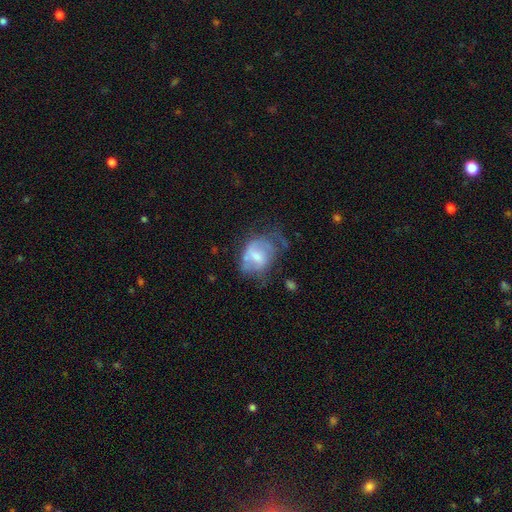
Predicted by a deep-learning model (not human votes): Smooth or featured?
  - featured or disk: 55% *
  - smooth: 36%
  - star or artifact: 9%
Edge-on disk?
  - no: 96% *
  - yes: 4%
Bar?
  - weak: 47% *
  - no: 38%
  - strong: 15%
Spiral arms?
  - yes: 53% *
  - no: 47%
Bulge size?
  - moderate: 44% *
  - small: 35%
  - none: 13%
  - large: 7%
  - dominant: 1%
Merging?
  - none: 33% *
  - major disturbance: 32%
  - minor disturbance: 29%
  - merger: 5%